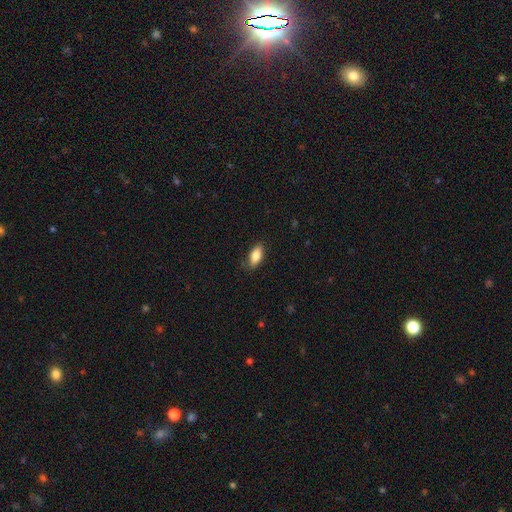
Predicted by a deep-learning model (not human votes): A smooth galaxy with no disk features (83%) that is in between round and cigar-shaped (87%). Merging: none (78%).